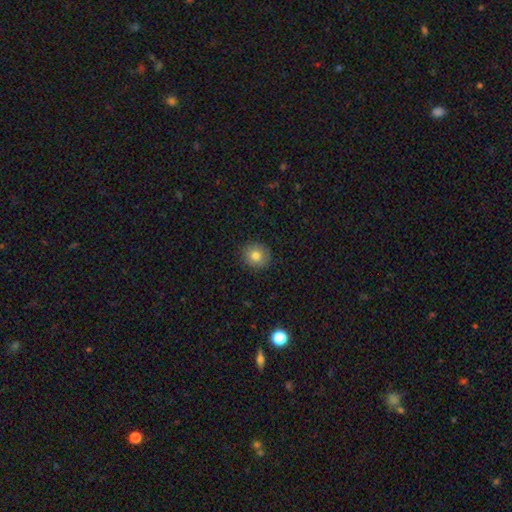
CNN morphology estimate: Smooth or featured: smooth — 80% (star or artifact — 10%)
How rounded: round — 88% (in between — 11%)
Merging: none — 90% (minor disturbance — 7%)